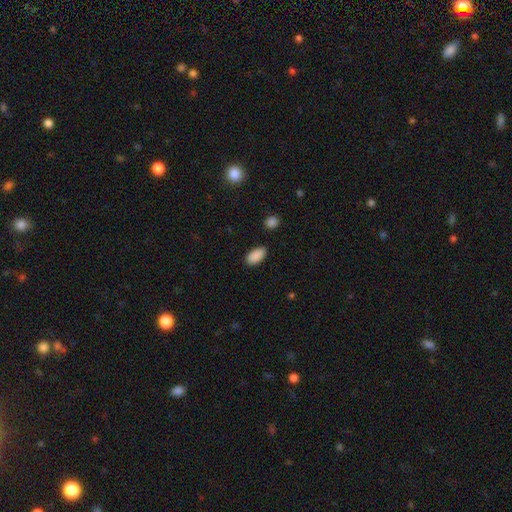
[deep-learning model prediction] A smooth galaxy with no disk features (89%) that is in between round and cigar-shaped (94%).

Vote fractions:
- Smooth or featured? smooth: 89% / star or artifact: 7% / featured or disk: 3%
- How rounded? in between: 94% / round: 3% / cigar-shaped: 3%
- Merging? none: 86% / minor disturbance: 10% / major disturbance: 2% / merger: 2%